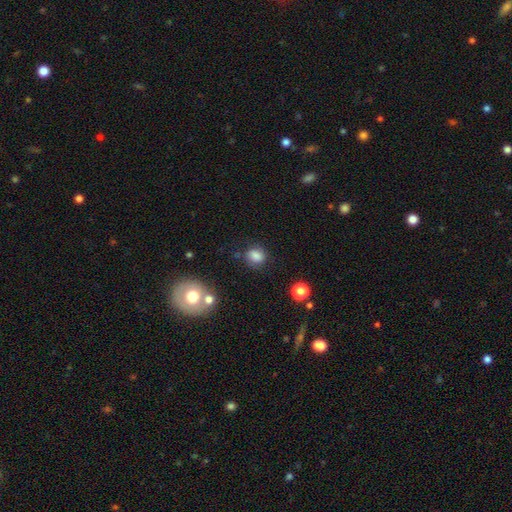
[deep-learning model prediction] The model was most divided on "how rounded": round: 57%, in between: 41%, cigar-shaped: 1%. More confident: smooth or featured — smooth (81%); merging — none (73%).